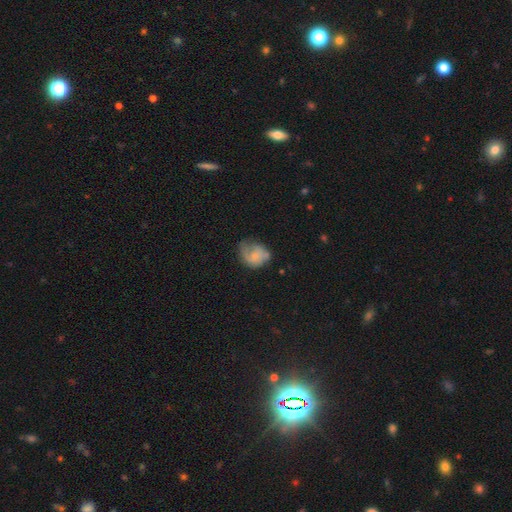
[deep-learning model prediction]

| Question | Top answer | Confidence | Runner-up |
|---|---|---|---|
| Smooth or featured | smooth | 56% | featured or disk (35%) |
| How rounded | round | 53% | in between (46%) |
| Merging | none | 38% | minor disturbance (35%) |